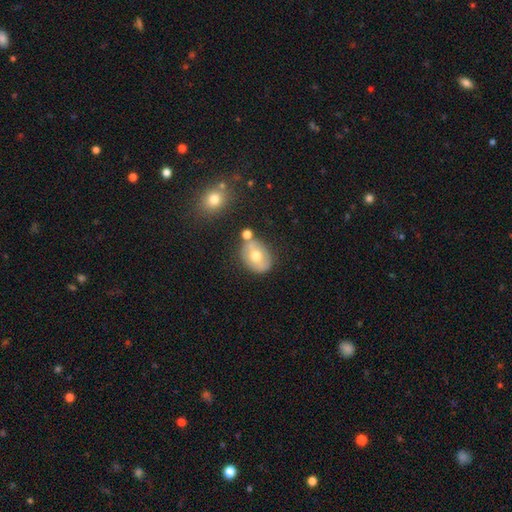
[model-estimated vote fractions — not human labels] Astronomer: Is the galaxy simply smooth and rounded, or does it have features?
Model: smooth — 54% (runner-up: featured or disk, 38%).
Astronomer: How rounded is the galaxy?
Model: in between — 61% (runner-up: round, 37%).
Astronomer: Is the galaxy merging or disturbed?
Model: none — 67%.